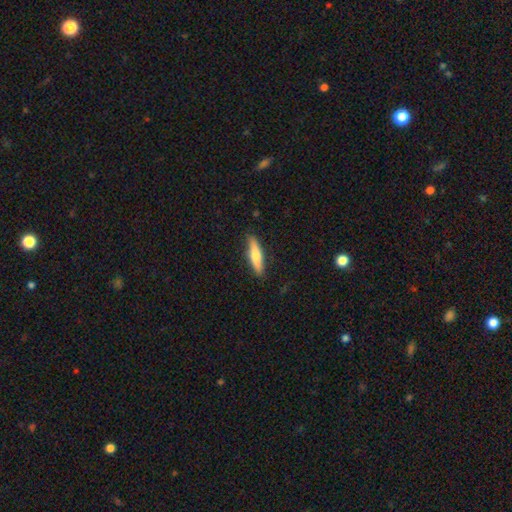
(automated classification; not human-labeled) Overall: smooth (63%; featured or disk 32%). How rounded: cigar-shaped (79%). Merging: none (88%).